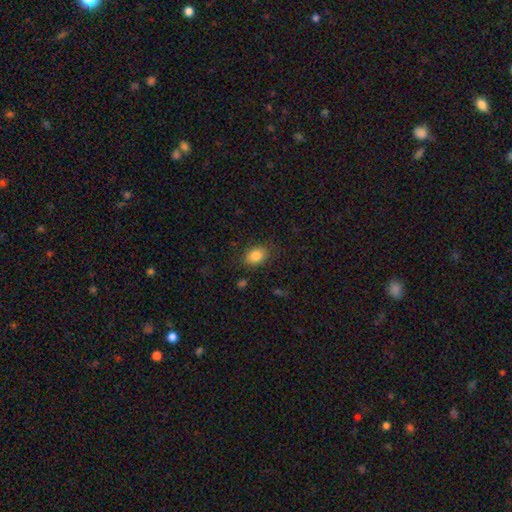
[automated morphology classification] Smooth or featured? smooth (84%)
How rounded? in between (74%)
Merging? none (82%)